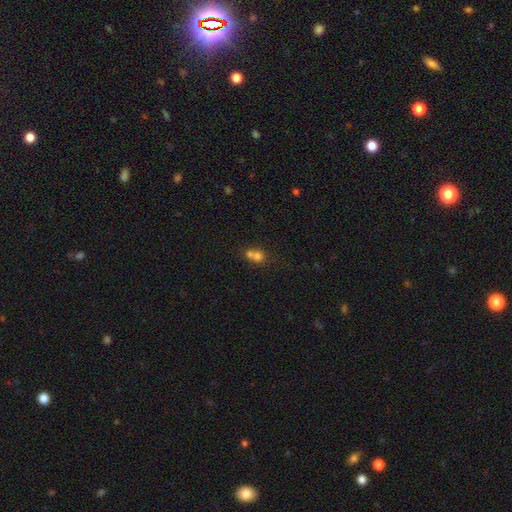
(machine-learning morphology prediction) smooth-or-featured: smooth: 72% | featured or disk: 15% | star or artifact: 13%
  how-rounded: round: 79% | in between: 20% | cigar-shaped: 1%
  merging: merger: 63% | none: 30% | minor disturbance: 5% | major disturbance: 3%